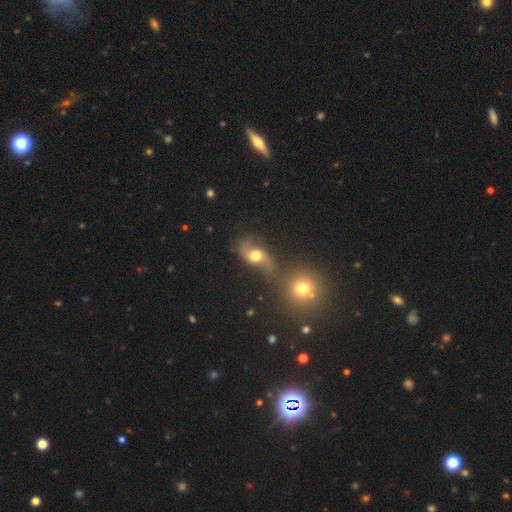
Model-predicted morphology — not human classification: A featured or disk galaxy (58%) with no bar (66%), spiral arms (85%) and a moderate central bulge (58%). Merging: none (44%).